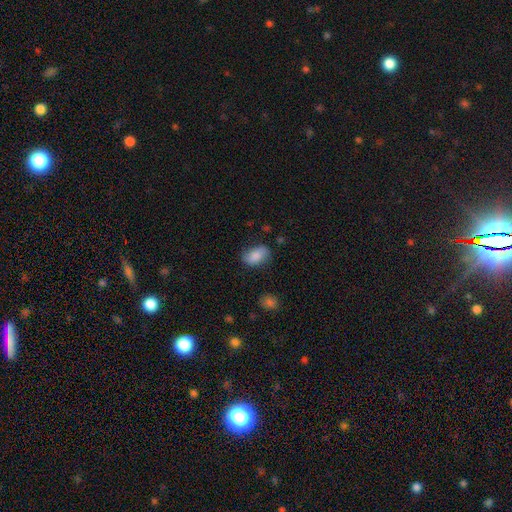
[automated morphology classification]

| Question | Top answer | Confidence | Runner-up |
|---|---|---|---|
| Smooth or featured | smooth | 79% | featured or disk (13%) |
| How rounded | in between | 90% | round (8%) |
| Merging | none | 72% | minor disturbance (21%) |